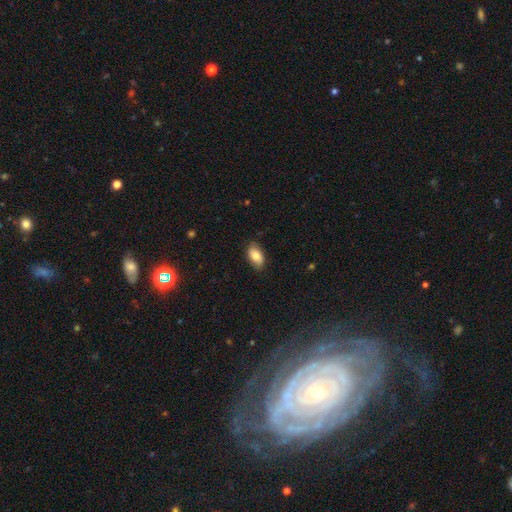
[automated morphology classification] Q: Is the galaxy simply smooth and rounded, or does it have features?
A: smooth — 80%.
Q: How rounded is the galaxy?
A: in between — 93%.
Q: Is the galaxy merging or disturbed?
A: none — 81%.